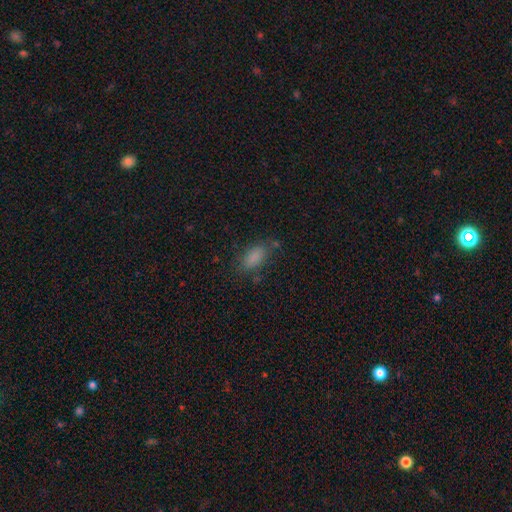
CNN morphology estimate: smooth-or-featured: smooth: 82% | star or artifact: 12% | featured or disk: 7%
  how-rounded: in between: 85% | cigar-shaped: 11% | round: 4%
  merging: none: 73% | minor disturbance: 17% | major disturbance: 6% | merger: 4%